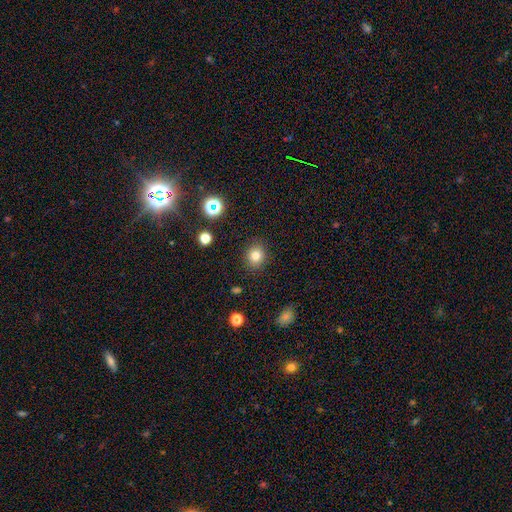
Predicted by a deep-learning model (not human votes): Smooth or featured? Predicted: smooth (p=0.80). How rounded? Predicted: round (p=0.80). Merging? Predicted: none (p=0.88).